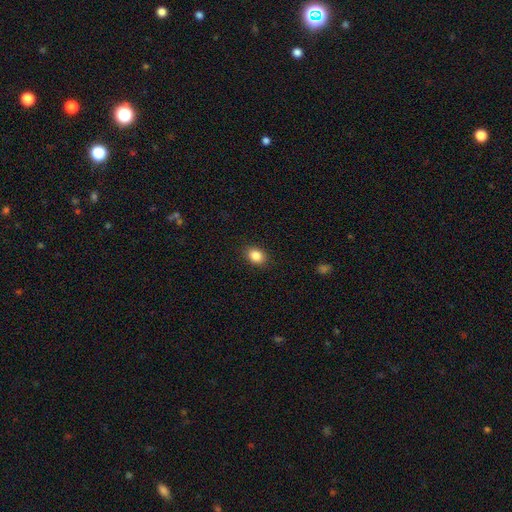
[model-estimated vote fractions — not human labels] smooth 86%, star or artifact 9%, featured or disk 5%. Down the decision tree: how rounded — in between (65%); merging — none (89%).